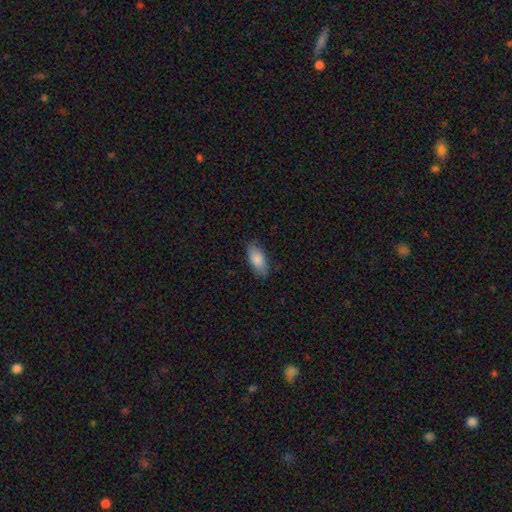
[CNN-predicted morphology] smooth 84%, featured or disk 9%, star or artifact 6%. Down the decision tree: how rounded — in between (84%); merging — none (85%).